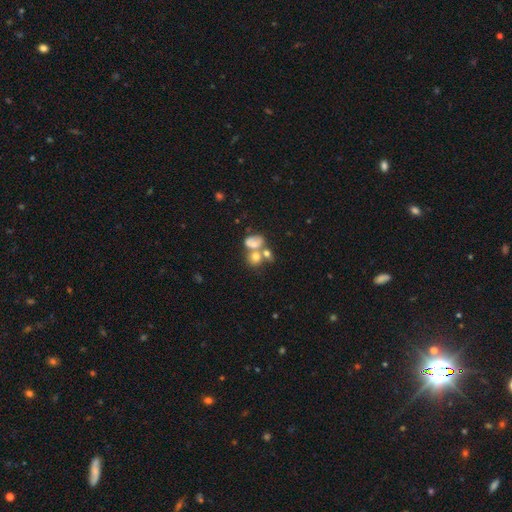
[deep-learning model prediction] smooth-or-featured: smooth: 55% | featured or disk: 28% | star or artifact: 18%
  how-rounded: round: 55% | in between: 44% | cigar-shaped: 2%
  merging: merger: 57% | none: 27% | minor disturbance: 9% | major disturbance: 7%